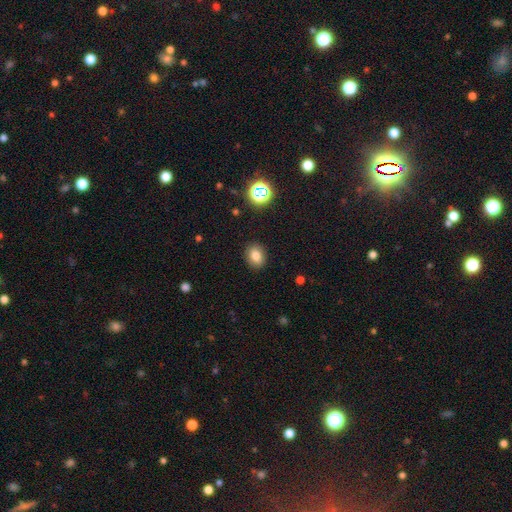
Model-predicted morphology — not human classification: This is clearly a smooth galaxy (81%). How rounded: possibly in between (59%). Merging: clearly none (89%).